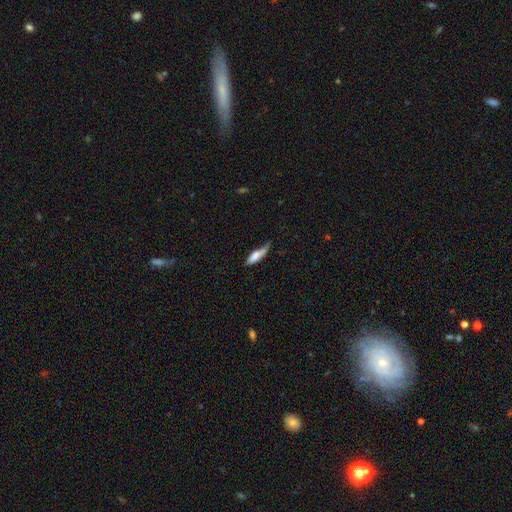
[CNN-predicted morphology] smooth 73%, featured or disk 21%, star or artifact 7%. Down the decision tree: how rounded — cigar-shaped (61%); merging — none (40%).